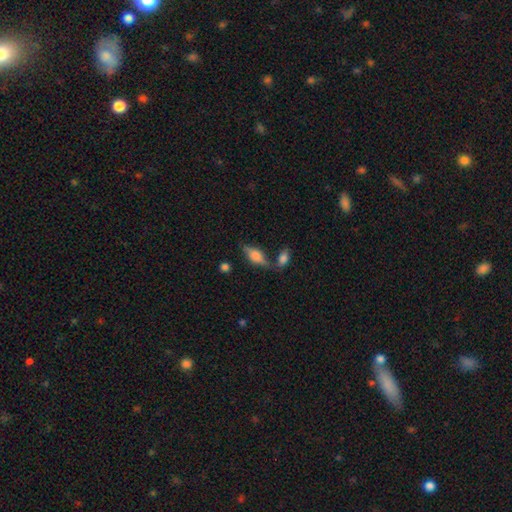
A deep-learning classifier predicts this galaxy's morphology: A smooth galaxy with no disk features (54%) that is in between round and cigar-shaped (72%).

Vote fractions:
- Smooth or featured? smooth: 54% / featured or disk: 38% / star or artifact: 8%
- How rounded? in between: 72% / cigar-shaped: 23% / round: 5%
- Merging? none: 58% / merger: 18% / minor disturbance: 17% / major disturbance: 7%